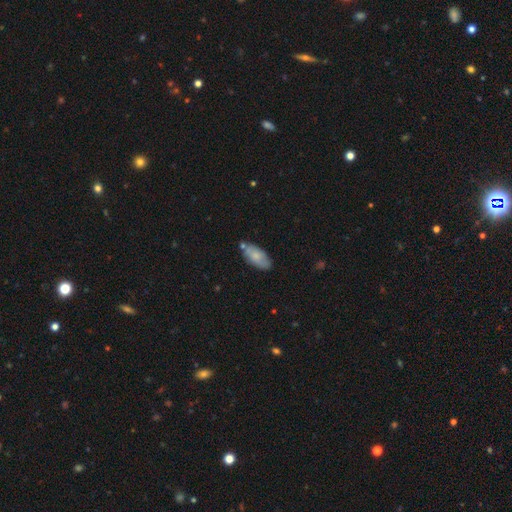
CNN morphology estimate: smooth 74%, featured or disk 19%, star or artifact 6%. Down the decision tree: how rounded — in between (90%); merging — none (67%).